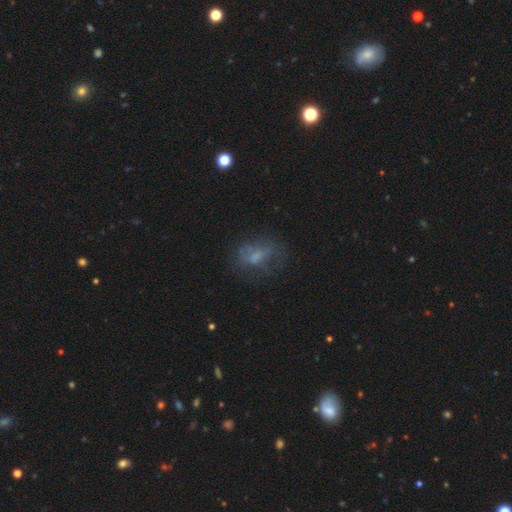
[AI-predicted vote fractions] Overall: smooth (44%; featured or disk 40%). Merging: none (49%; major disturbance 25%).